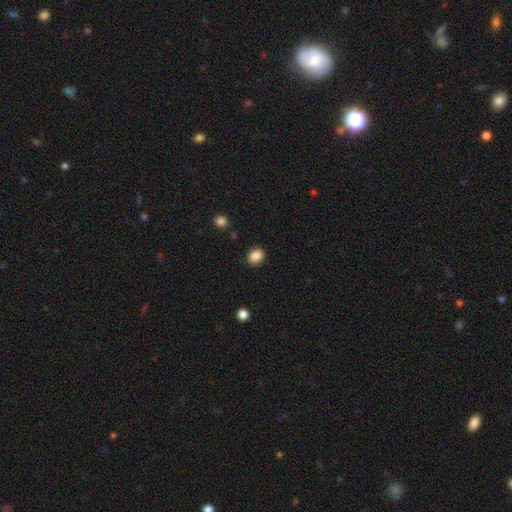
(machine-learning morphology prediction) Q: Smooth or featured?
A: smooth (88%); runner-up: star or artifact (9%)
Q: How rounded?
A: round (63%); runner-up: in between (37%)
Q: Merging?
A: none (87%); runner-up: minor disturbance (9%)